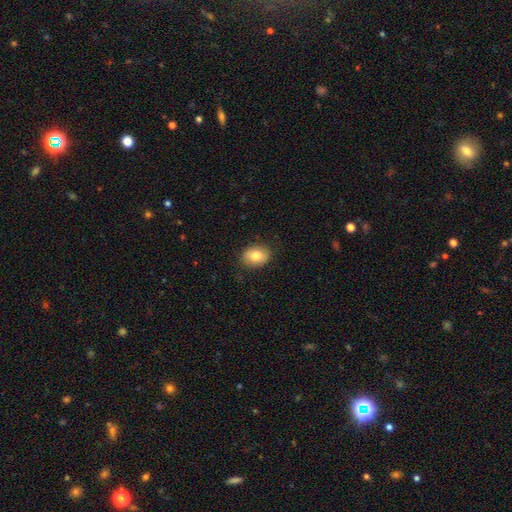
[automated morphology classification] Smooth or featured? smooth (78%)
How rounded? in between (70%)
Merging? none (85%)